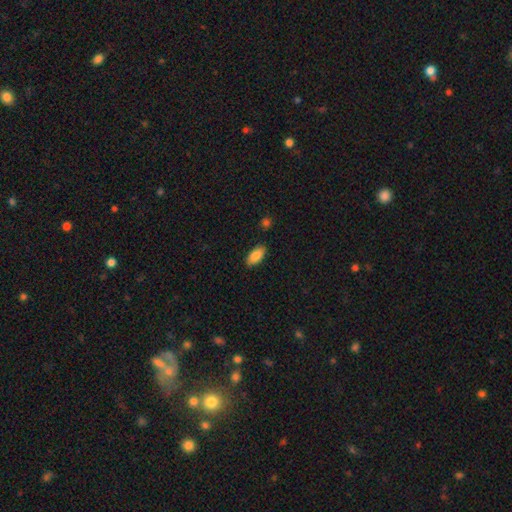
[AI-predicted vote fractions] The model was most divided on "smooth or featured": smooth: 85%, featured or disk: 9%, star or artifact: 7%. More confident: how rounded — in between (90%); merging — none (87%).